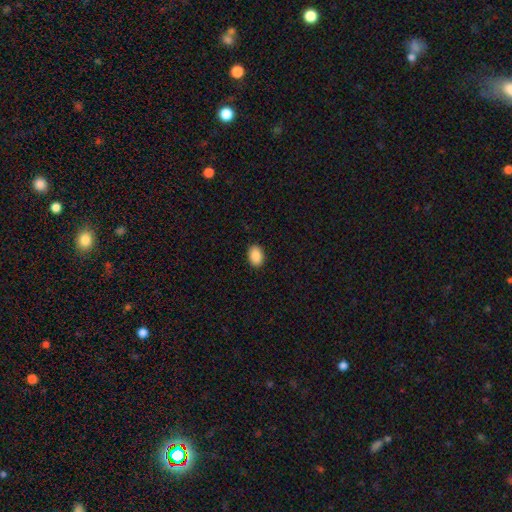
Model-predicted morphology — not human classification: Smooth or featured? smooth (90%)
How rounded? in between (83%)
Merging? none (91%)